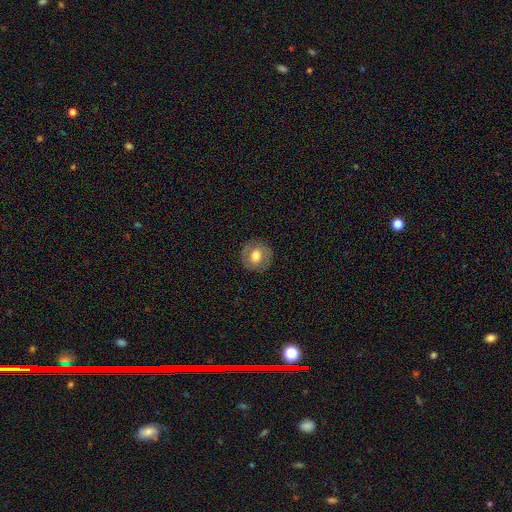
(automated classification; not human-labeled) Smooth or featured? smooth (58%)
How rounded? round (87%)
Merging? none (87%)